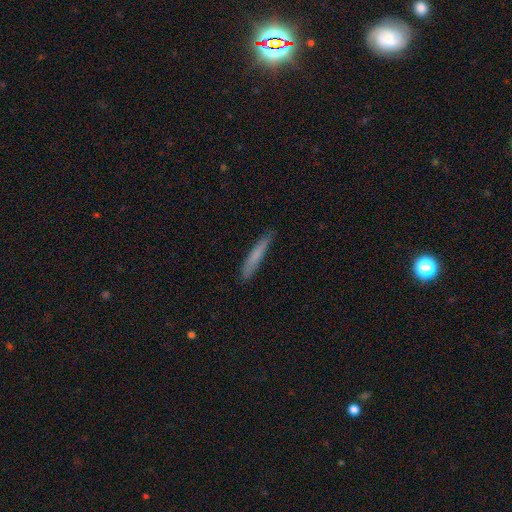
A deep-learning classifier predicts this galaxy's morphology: This appears to be a smooth galaxy with no disk features (75%) that is cigar-shaped (95%). Merging: none (84%).